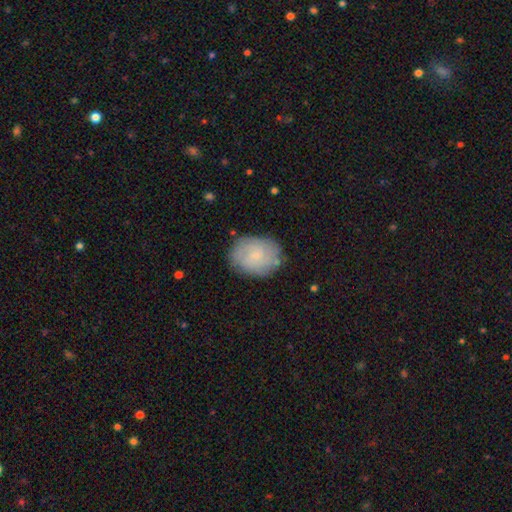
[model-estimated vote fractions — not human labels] A featured or disk galaxy (50%).

Vote fractions:
- Smooth or featured? featured or disk: 50% / smooth: 42% / star or artifact: 8%
- Merging? none: 78% / minor disturbance: 16% / major disturbance: 4% / merger: 2%